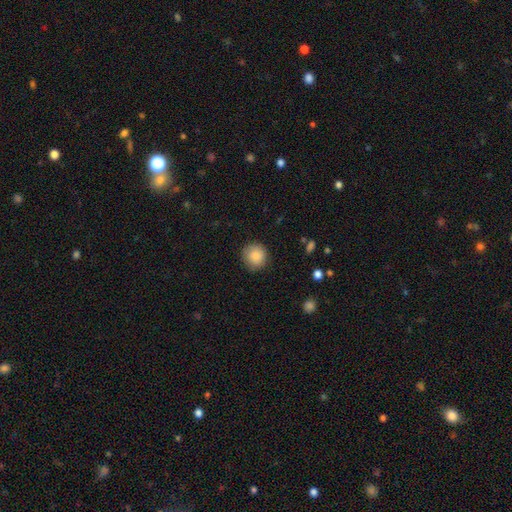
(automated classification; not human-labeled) smooth 86%, star or artifact 8%, featured or disk 5%. Down the decision tree: how rounded — round (92%); merging — none (86%).